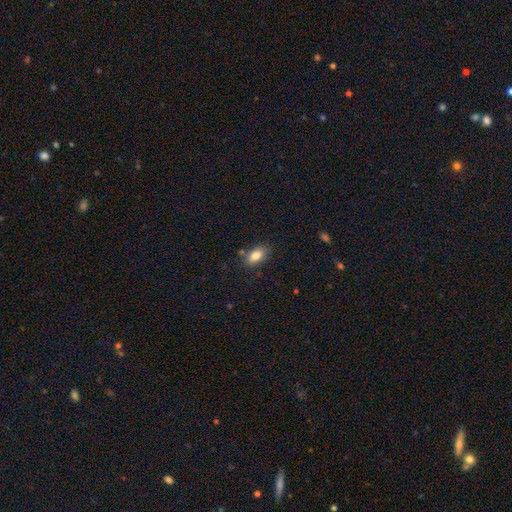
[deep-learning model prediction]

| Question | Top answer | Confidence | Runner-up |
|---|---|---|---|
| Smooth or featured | smooth | 84% | featured or disk (8%) |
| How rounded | in between | 90% | round (5%) |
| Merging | none | 78% | minor disturbance (14%) |